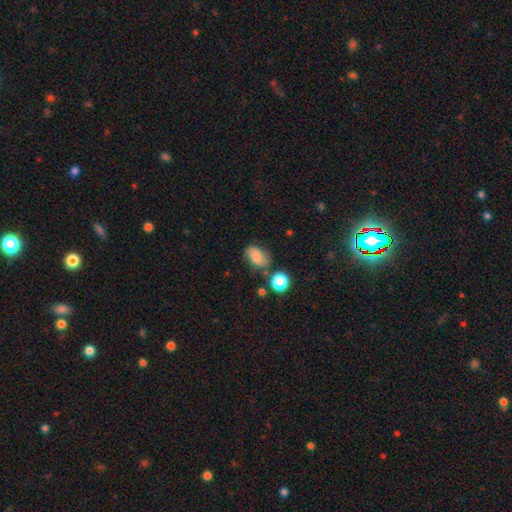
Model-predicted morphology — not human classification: Smooth or featured? Predicted: smooth (p=0.65). How rounded? Predicted: in between (p=0.80). Merging? Predicted: none (p=0.68).